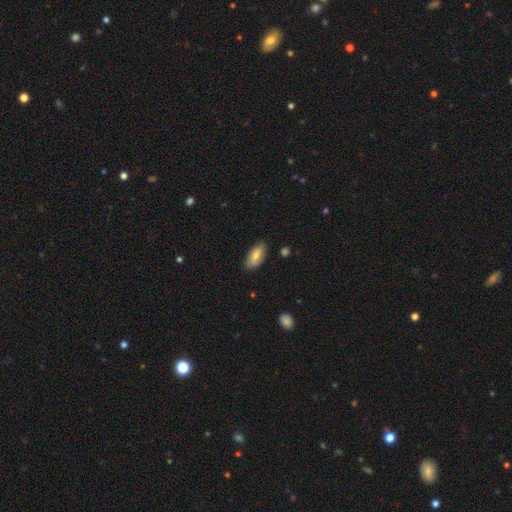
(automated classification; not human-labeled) Morphology: type=smooth (74%); roundness=in between (91%); merging=none (81%).